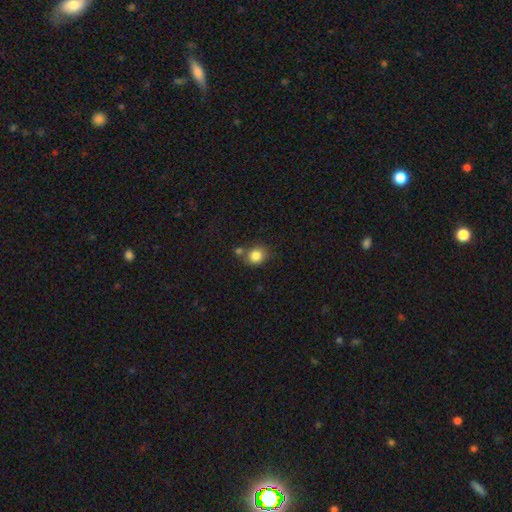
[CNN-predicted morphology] This appears to be a smooth galaxy with no disk features (85%) that is round (78%). Merging: none (64%).